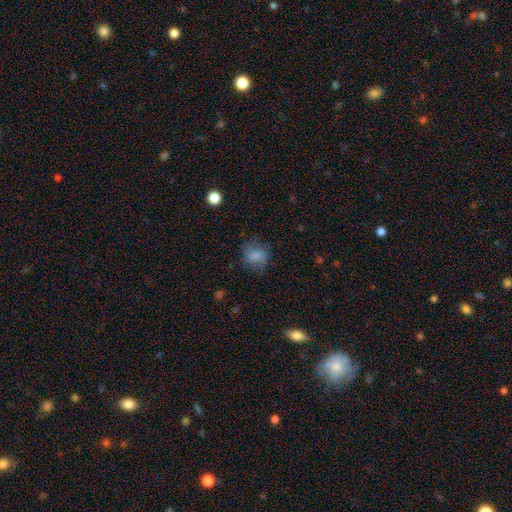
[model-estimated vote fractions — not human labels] Smooth or featured? smooth (79%)
How rounded? round (64%)
Merging? none (70%)